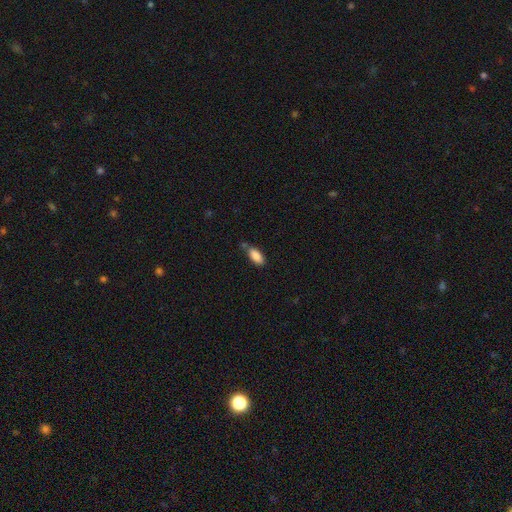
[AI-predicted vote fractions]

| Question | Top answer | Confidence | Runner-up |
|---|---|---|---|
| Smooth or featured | smooth | 87% | star or artifact (7%) |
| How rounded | in between | 88% | cigar-shaped (10%) |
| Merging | none | 65% | minor disturbance (20%) |